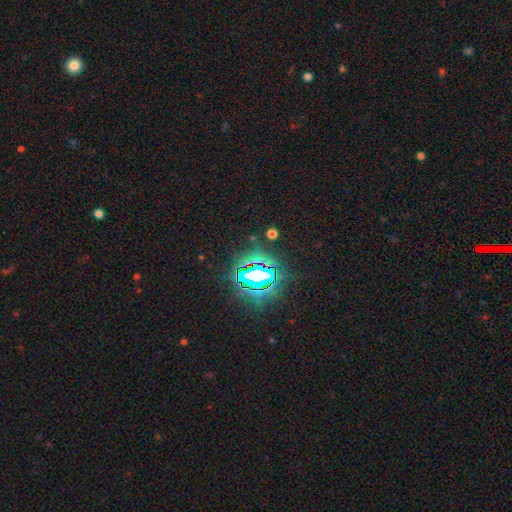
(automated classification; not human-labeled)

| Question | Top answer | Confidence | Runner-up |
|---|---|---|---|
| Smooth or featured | star or artifact | 81% | smooth (11%) |